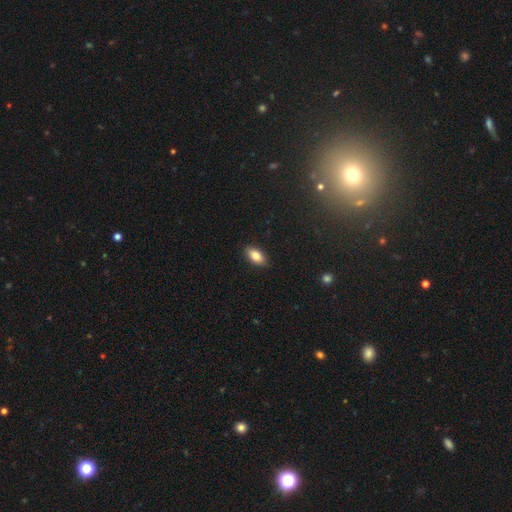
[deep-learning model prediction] Q: Smooth or featured?
A: smooth (85%); runner-up: featured or disk (8%)
Q: How rounded?
A: in between (91%); runner-up: cigar-shaped (5%)
Q: Merging?
A: none (88%); runner-up: minor disturbance (9%)